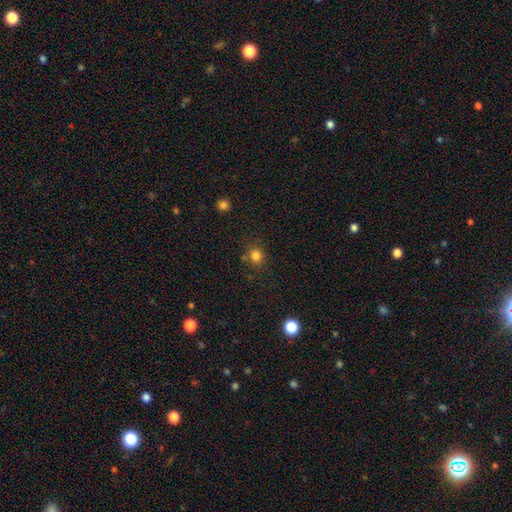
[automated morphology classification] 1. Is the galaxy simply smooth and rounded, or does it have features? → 81% smooth, 14% star or artifact, 5% featured or disk.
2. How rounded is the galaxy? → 87% round, 13% in between, 1% cigar-shaped.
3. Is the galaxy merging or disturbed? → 80% none, 10% minor disturbance, 6% merger, 3% major disturbance.